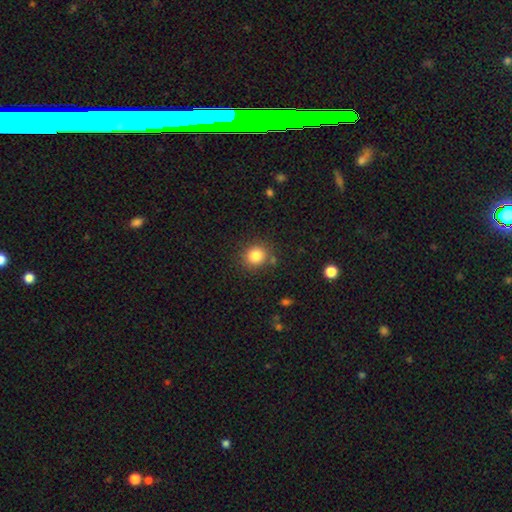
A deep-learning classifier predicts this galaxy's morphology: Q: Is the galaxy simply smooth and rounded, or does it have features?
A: smooth — 84%.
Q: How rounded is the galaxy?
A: round — 83%.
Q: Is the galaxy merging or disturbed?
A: none — 82%.